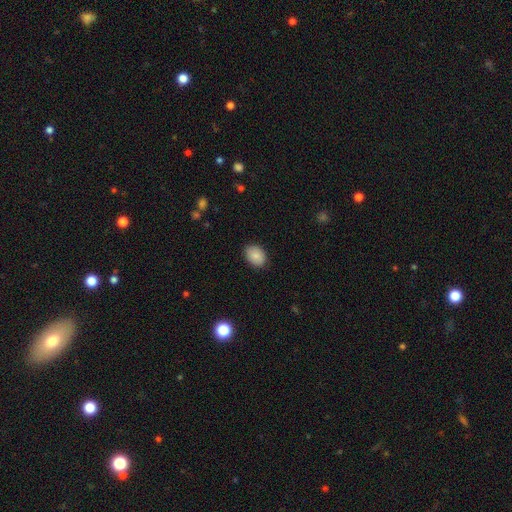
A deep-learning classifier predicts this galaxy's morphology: Q: Smooth or featured?
A: smooth (86%); runner-up: star or artifact (8%)
Q: How rounded?
A: in between (71%); runner-up: round (28%)
Q: Merging?
A: none (87%); runner-up: minor disturbance (10%)